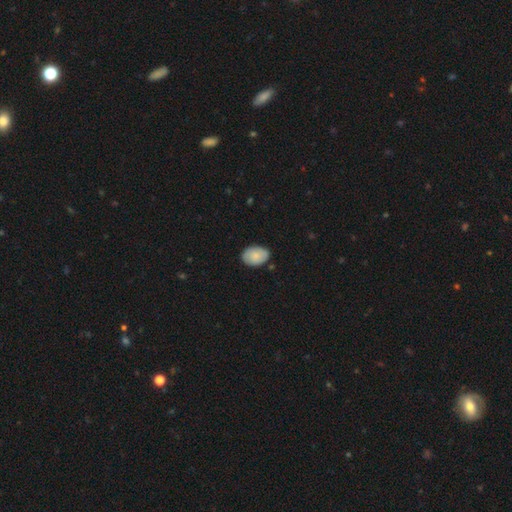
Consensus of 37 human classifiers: Smooth or featured?
  - smooth: 86% *
  - featured or disk: 11%
  - star or artifact: 3%
How rounded?
  - in between: 88% *
  - round: 12%
  - cigar-shaped: 0%
Merging?
  - none: 81% *
  - minor disturbance: 17%
  - major disturbance: 3%
  - merger: 0%